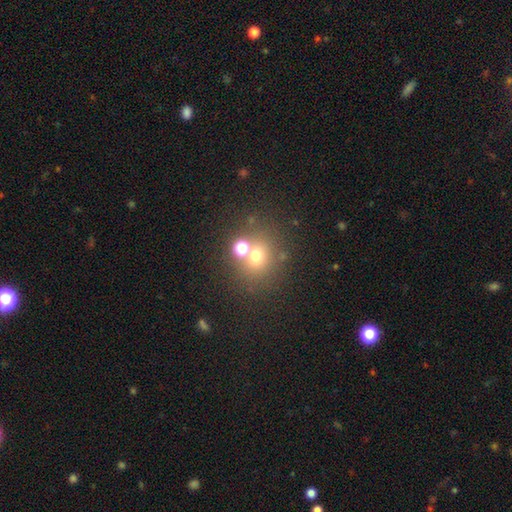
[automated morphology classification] Smooth or featured?
  - smooth: 65% *
  - star or artifact: 23%
  - featured or disk: 12%
How rounded?
  - round: 81% *
  - in between: 18%
  - cigar-shaped: 1%
Merging?
  - none: 62% *
  - merger: 25%
  - minor disturbance: 8%
  - major disturbance: 4%